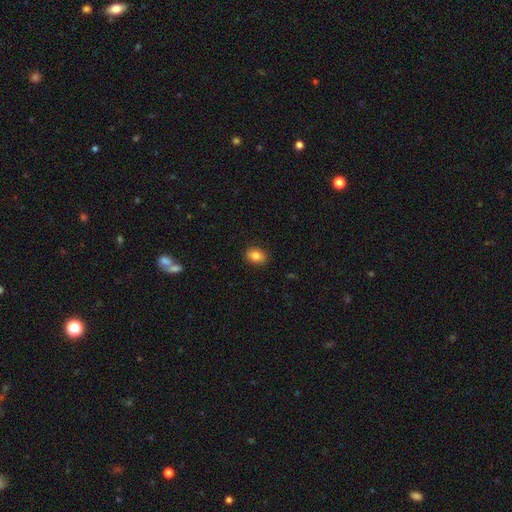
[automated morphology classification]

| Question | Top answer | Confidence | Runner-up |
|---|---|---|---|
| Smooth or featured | smooth | 84% | star or artifact (9%) |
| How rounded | in between | 74% | round (25%) |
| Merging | none | 89% | minor disturbance (8%) |